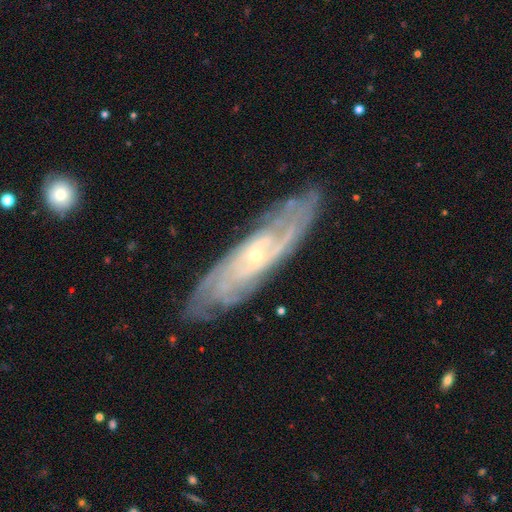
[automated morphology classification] smooth-or-featured: featured or disk: 85% | smooth: 8% | star or artifact: 6%
  disk-edge-on: no: 81% | yes: 19%
    bar: no: 62% | weak: 29% | strong: 9%
    has-spiral-arms: yes: 96% | no: 4%
      spiral-winding: tight: 67% | medium: 27% | loose: 6%
      spiral-arm-count: can't tell: 39% | 2: 18% | 4: 14% | 3: 13% | more than 4: 9% | 1: 6%
    bulge-size: small: 82% | moderate: 14% | none: 2% | large: 1% | dominant: 1%
  merging: none: 83% | minor disturbance: 13% | major disturbance: 3% | merger: 1%